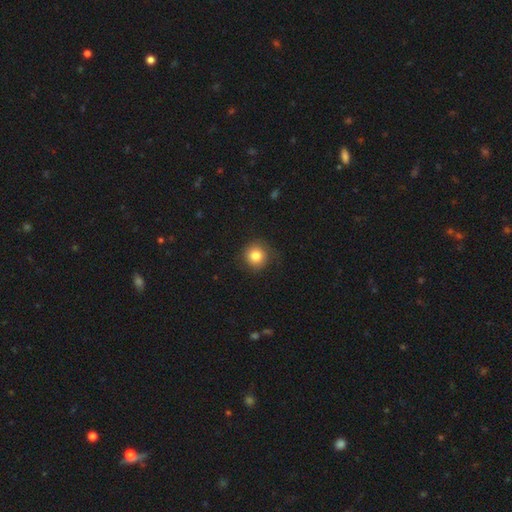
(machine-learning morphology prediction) A smooth galaxy with no disk features (82%) that is round (93%). Merging: none (83%).